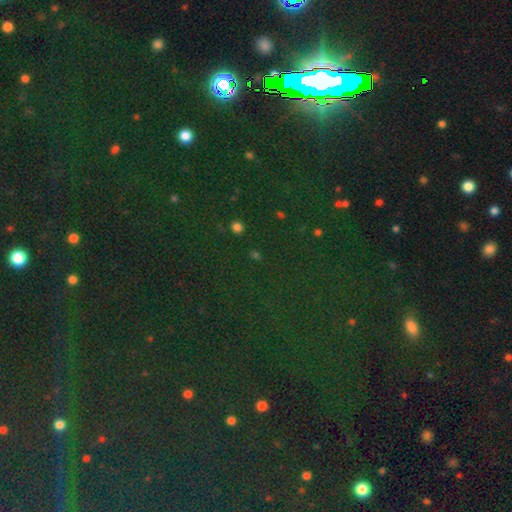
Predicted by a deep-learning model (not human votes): star or artifact 63%, smooth 29%, featured or disk 9%.